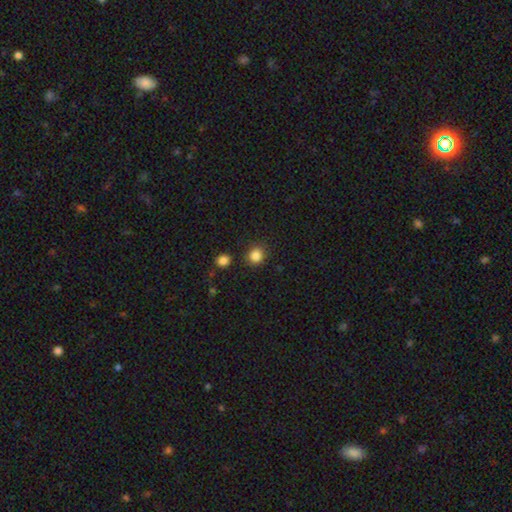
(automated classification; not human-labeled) This appears to be a smooth galaxy with no disk features (85%) that is round (85%). Merging: none (85%).